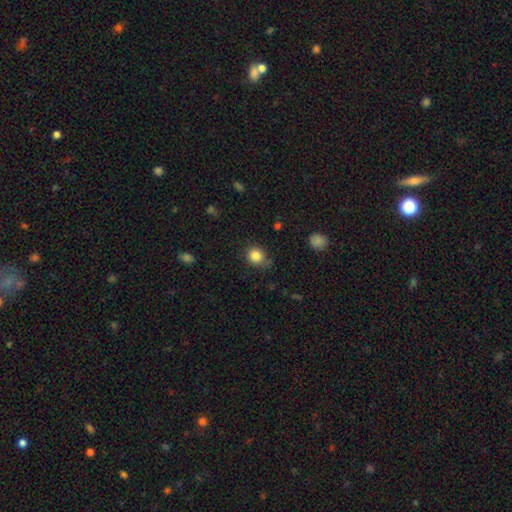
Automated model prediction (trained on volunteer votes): smooth_or_featured: smooth (p=0.84) [alt: star or artifact p=0.11]
how_rounded: round (p=0.81) [alt: in between p=0.18]
merging: none (p=0.76) [alt: minor disturbance p=0.18]